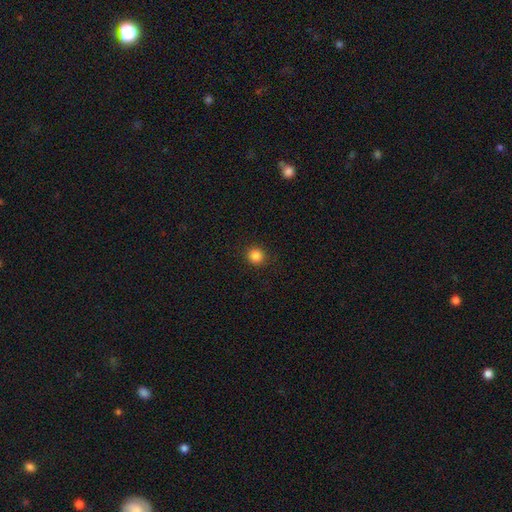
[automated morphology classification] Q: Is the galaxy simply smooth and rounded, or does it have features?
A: smooth — 85%.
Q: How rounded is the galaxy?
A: round — 93%.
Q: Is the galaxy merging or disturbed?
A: none — 91%.